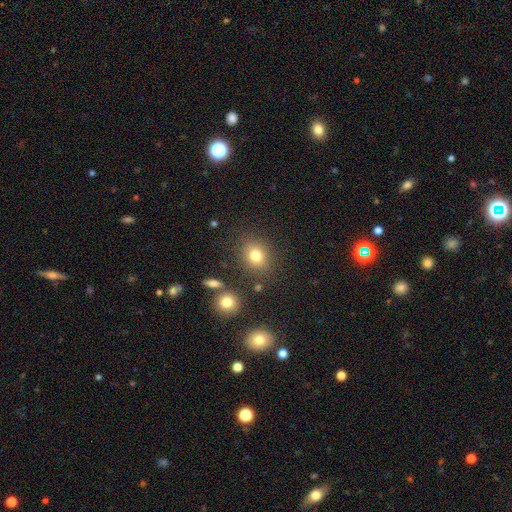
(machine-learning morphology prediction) The model was most divided on "how rounded": round: 63%, in between: 36%, cigar-shaped: 1%. More confident: merging — none (81%); smooth or featured — smooth (76%).